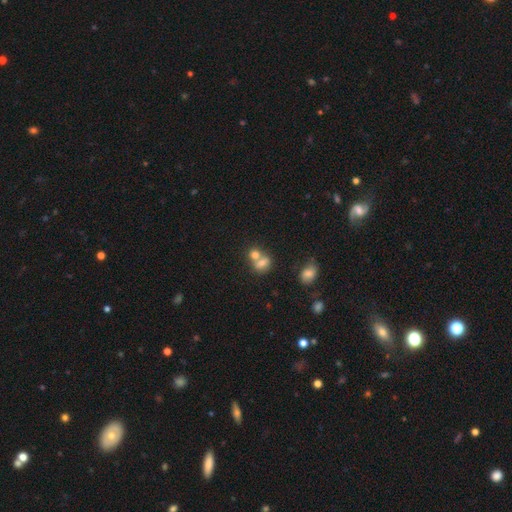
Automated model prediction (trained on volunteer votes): Q: Smooth or featured?
A: smooth (71%); runner-up: featured or disk (16%)
Q: How rounded?
A: round (63%); runner-up: in between (36%)
Q: Merging?
A: merger (60%); runner-up: none (30%)